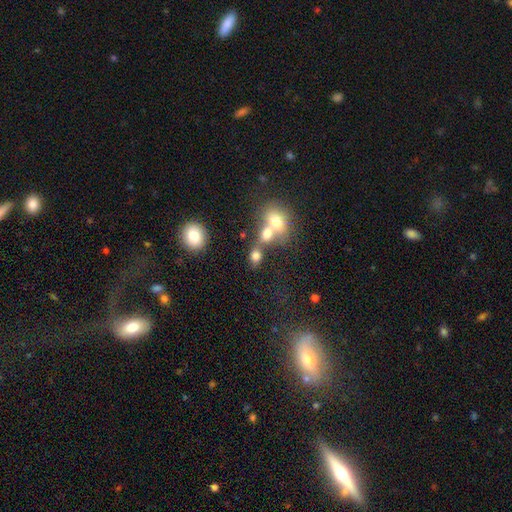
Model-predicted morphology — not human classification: Smooth or featured: smooth — 75% (star or artifact — 13%)
How rounded: in between — 55% (round — 42%)
Merging: merger — 47% (none — 35%)